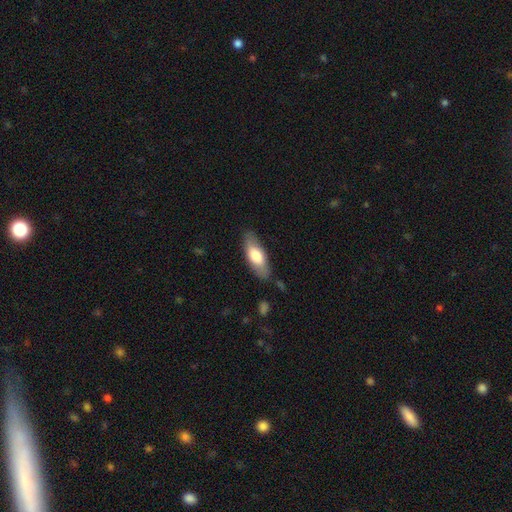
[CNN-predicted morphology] Smooth or featured? smooth (69%)
How rounded? in between (74%)
Merging? none (80%)